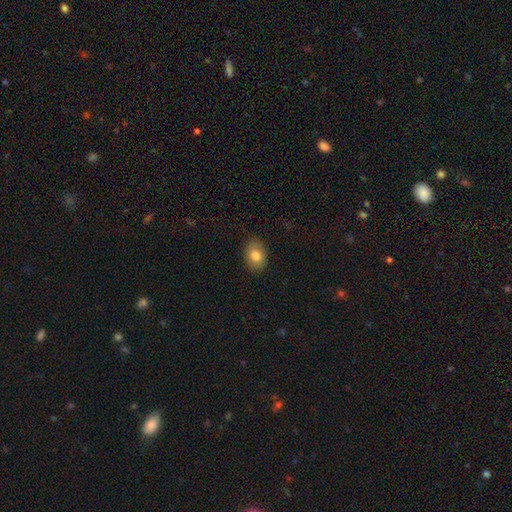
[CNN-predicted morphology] The model was most divided on "how rounded": in between: 74%, round: 25%, cigar-shaped: 1%. More confident: merging — none (86%); smooth or featured — smooth (80%).